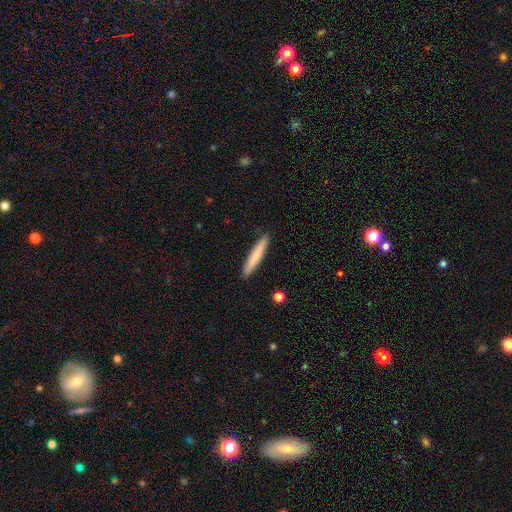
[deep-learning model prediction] Morphology: type=smooth (74%); roundness=cigar-shaped (95%); merging=none (91%).